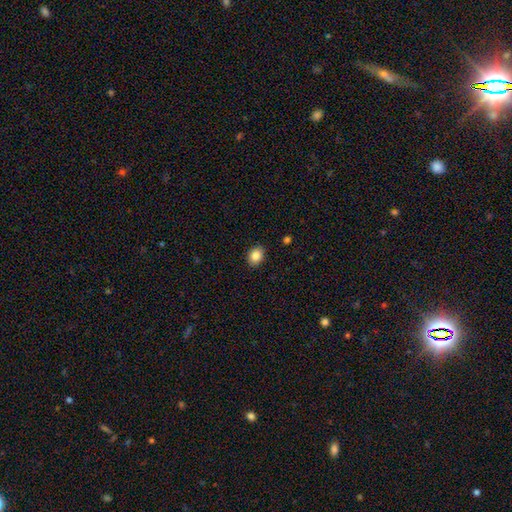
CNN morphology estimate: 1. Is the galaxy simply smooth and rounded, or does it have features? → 85% smooth, 9% star or artifact, 6% featured or disk.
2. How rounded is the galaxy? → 57% in between, 43% round, 1% cigar-shaped.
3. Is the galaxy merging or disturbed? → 90% none, 8% minor disturbance, 2% major disturbance, 1% merger.